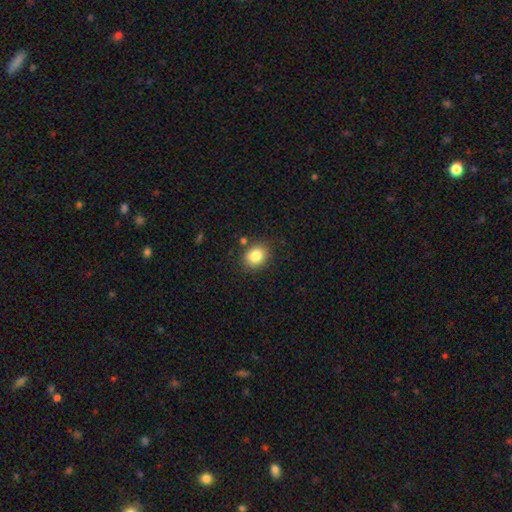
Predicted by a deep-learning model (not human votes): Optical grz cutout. It shows a smooth galaxy with no disk features (83%) that is round (62%). Merging: none (82%).